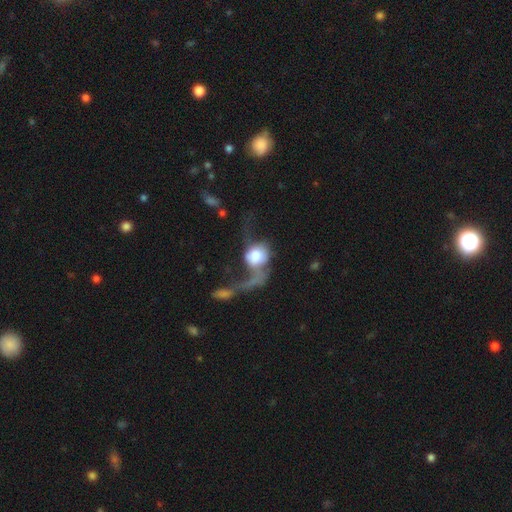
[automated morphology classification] smooth_or_featured: smooth (p=0.54) [alt: featured or disk p=0.38]
how_rounded: round (p=0.64) [alt: in between p=0.34]
merging: major disturbance (p=0.53) [alt: merger p=0.25]